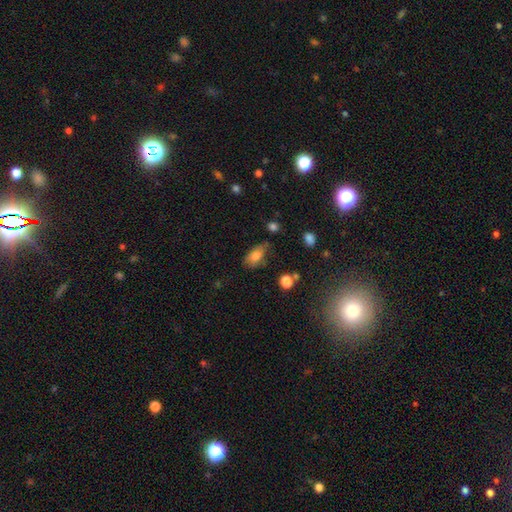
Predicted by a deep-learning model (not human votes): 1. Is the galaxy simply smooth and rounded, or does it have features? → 79% smooth, 12% featured or disk, 9% star or artifact.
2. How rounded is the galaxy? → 89% in between, 7% round, 5% cigar-shaped.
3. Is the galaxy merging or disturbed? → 55% none, 32% minor disturbance, 9% major disturbance, 4% merger.